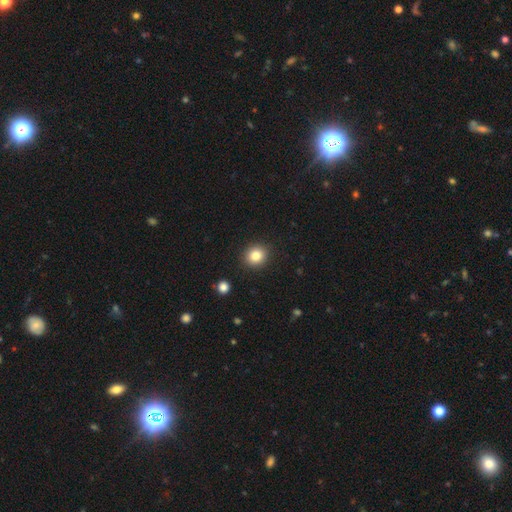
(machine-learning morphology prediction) Smooth or featured? Predicted: smooth (p=0.84). How rounded? Predicted: round (p=0.81). Merging? Predicted: none (p=0.90).